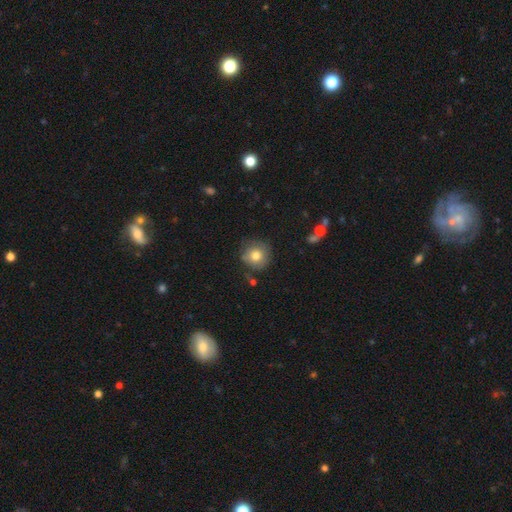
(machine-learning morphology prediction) Smooth or featured?
  - smooth: 77% *
  - featured or disk: 14%
  - star or artifact: 9%
How rounded?
  - round: 93% *
  - in between: 6%
  - cigar-shaped: 1%
Merging?
  - none: 78% *
  - minor disturbance: 15%
  - major disturbance: 4%
  - merger: 3%